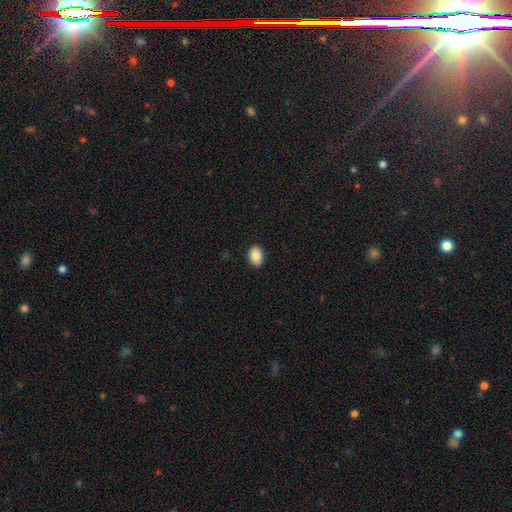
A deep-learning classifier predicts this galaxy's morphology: smooth_or_featured: smooth (p=0.89) [alt: star or artifact p=0.07]
how_rounded: in between (p=0.82) [alt: round p=0.17]
merging: none (p=0.90) [alt: minor disturbance p=0.07]